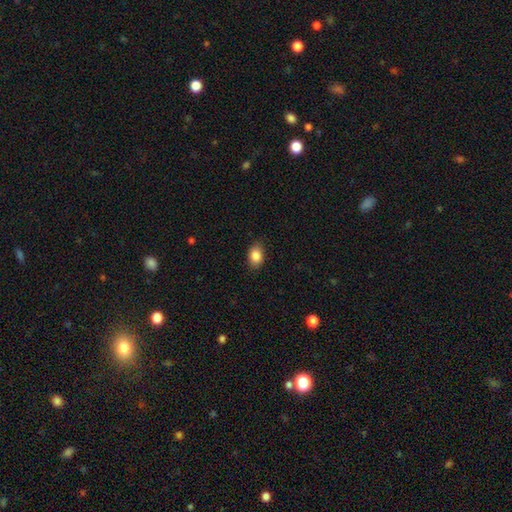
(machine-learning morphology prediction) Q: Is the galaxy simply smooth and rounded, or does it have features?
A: smooth — 86%.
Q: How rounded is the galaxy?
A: in between — 79%.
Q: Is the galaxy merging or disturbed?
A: none — 86%.